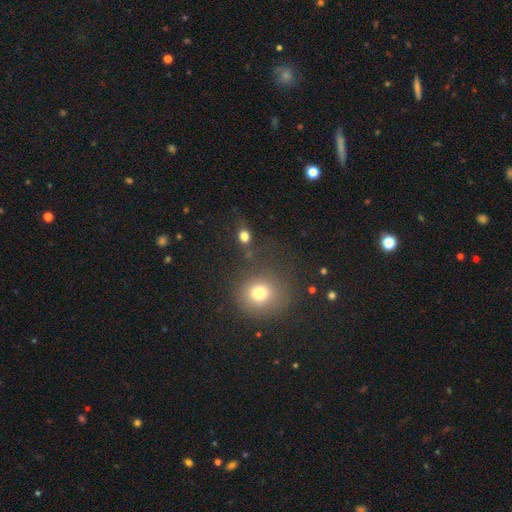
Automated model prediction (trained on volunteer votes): Morphology: type=smooth (63%); roundness=round (87%); merging=none (80%).